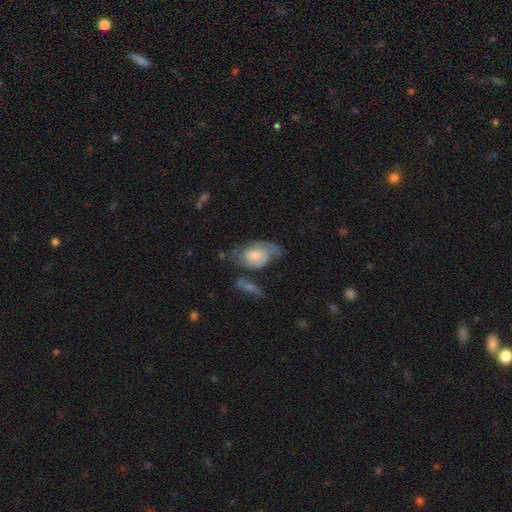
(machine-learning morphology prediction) A featured or disk galaxy (60%) with no bar (69%), spiral arms (81%) and a moderate central bulge (39%). Merging: none (43%).